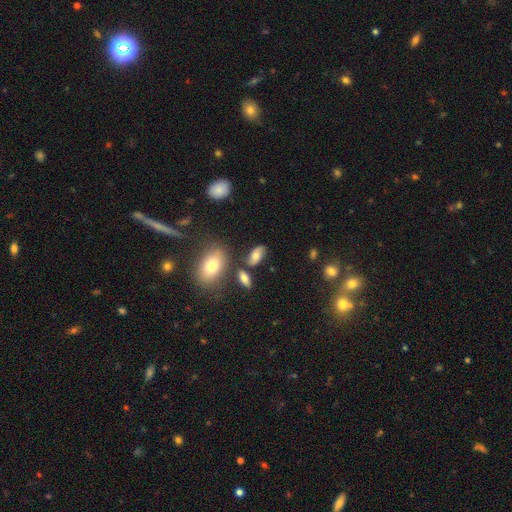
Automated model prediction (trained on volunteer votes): Smooth or featured?
  - smooth: 62% *
  - featured or disk: 27%
  - star or artifact: 11%
How rounded?
  - in between: 89% *
  - round: 7%
  - cigar-shaped: 5%
Merging?
  - none: 69% *
  - minor disturbance: 17%
  - merger: 9%
  - major disturbance: 5%